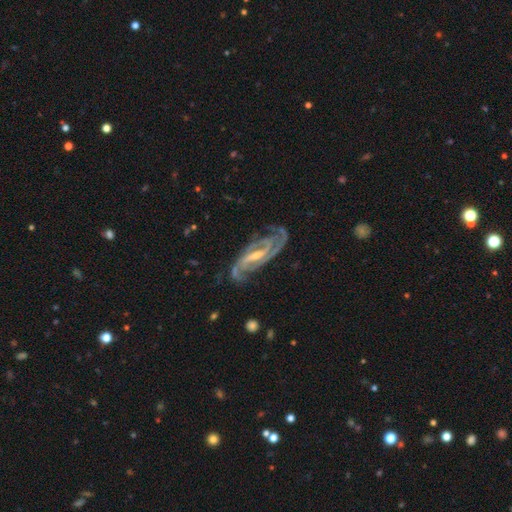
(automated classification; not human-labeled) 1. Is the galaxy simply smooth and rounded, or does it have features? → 92% featured or disk, 5% star or artifact, 3% smooth.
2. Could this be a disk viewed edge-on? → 94% no, 6% yes.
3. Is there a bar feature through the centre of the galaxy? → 46% strong, 39% weak, 15% no.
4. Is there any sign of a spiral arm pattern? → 98% yes, 2% no.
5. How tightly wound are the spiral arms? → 45% medium (tied), 45% tight (tied), 10% loose.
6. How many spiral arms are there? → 55% 2, 21% 3, 8% can't tell, 7% 4, 4% more than 4, 4% 1.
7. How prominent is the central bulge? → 51% small, 43% moderate, 3% none, 2% large, 1% dominant.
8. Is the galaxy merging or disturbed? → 74% none, 17% minor disturbance, 7% major disturbance, 2% merger.